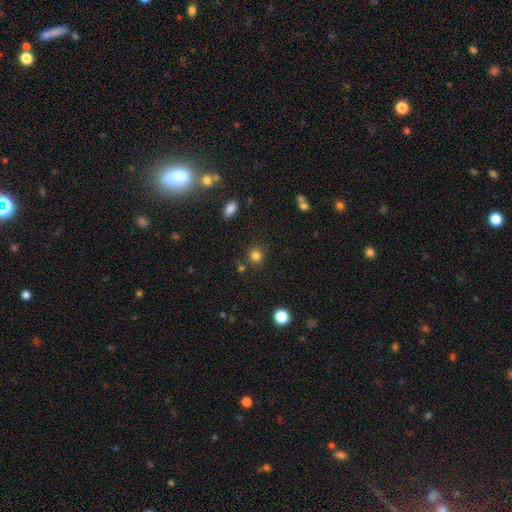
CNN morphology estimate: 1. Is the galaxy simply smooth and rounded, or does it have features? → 82% smooth, 13% star or artifact, 5% featured or disk.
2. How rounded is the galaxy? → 87% round, 12% in between, 1% cigar-shaped.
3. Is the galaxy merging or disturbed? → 81% none, 9% minor disturbance, 6% merger, 3% major disturbance.